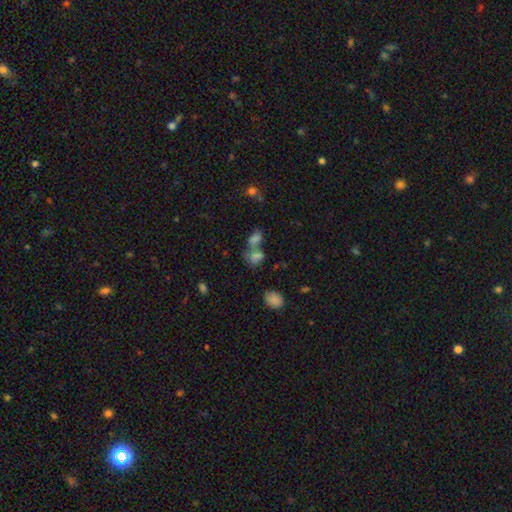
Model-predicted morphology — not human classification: Smooth or featured? smooth (73%)
How rounded? in between (73%)
Merging? merger (55%)